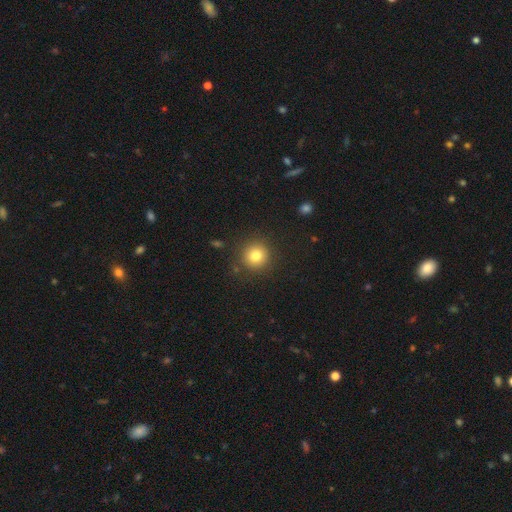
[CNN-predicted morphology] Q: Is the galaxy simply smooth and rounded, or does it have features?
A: smooth — 80%.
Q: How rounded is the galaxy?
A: round — 92%.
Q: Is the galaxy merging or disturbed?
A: none — 88%.